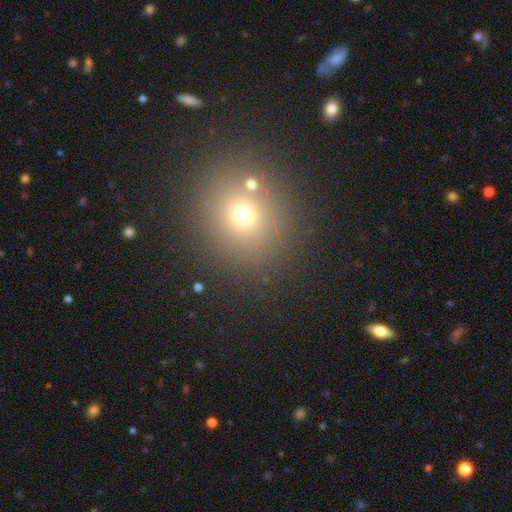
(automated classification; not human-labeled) smooth-or-featured: smooth: 60% | star or artifact: 29% | featured or disk: 10%
  how-rounded: round: 86% | in between: 13% | cigar-shaped: 1%
  merging: none: 82% | merger: 8% | minor disturbance: 7% | major disturbance: 3%